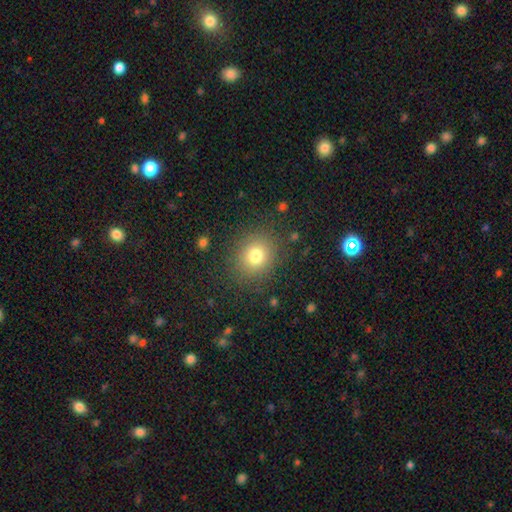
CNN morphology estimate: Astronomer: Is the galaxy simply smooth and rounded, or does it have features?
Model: smooth — 77%.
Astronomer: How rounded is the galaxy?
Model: round — 79%.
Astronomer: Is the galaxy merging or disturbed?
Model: none — 86%.